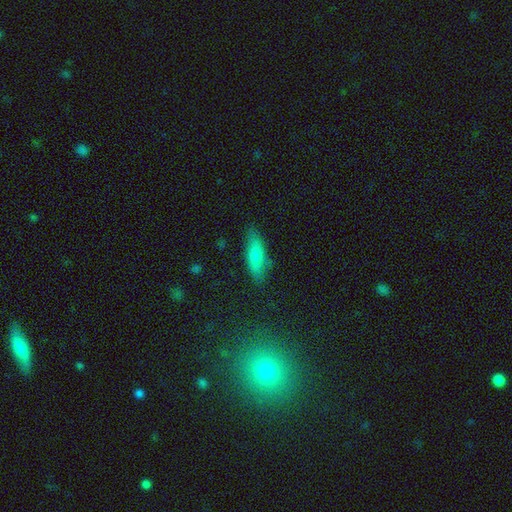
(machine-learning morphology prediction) Q: Smooth or featured?
A: smooth (64%); runner-up: featured or disk (26%)
Q: How rounded?
A: cigar-shaped (57%); runner-up: in between (40%)
Q: Merging?
A: none (83%); runner-up: minor disturbance (13%)